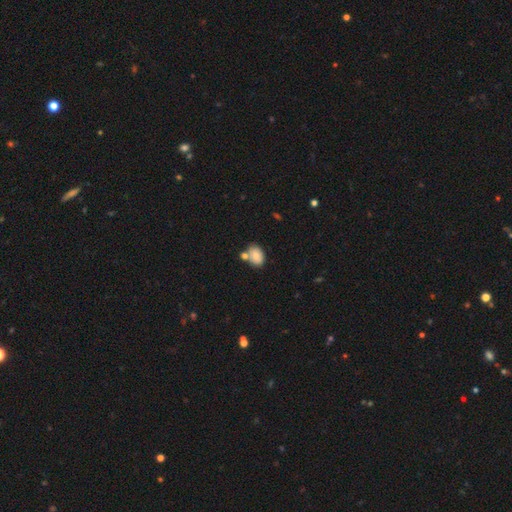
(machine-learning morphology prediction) Q: Smooth or featured?
A: smooth (81%); runner-up: featured or disk (11%)
Q: How rounded?
A: in between (77%); runner-up: round (22%)
Q: Merging?
A: none (53%); runner-up: merger (27%)